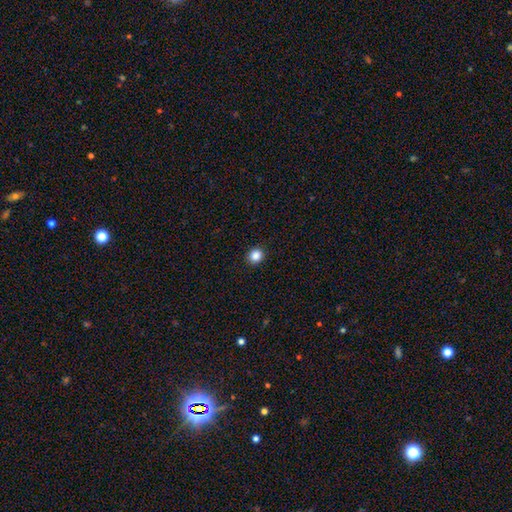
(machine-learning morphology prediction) Smooth or featured: smooth — 86% (star or artifact — 11%)
How rounded: round — 86% (in between — 13%)
Merging: none — 92% (minor disturbance — 5%)